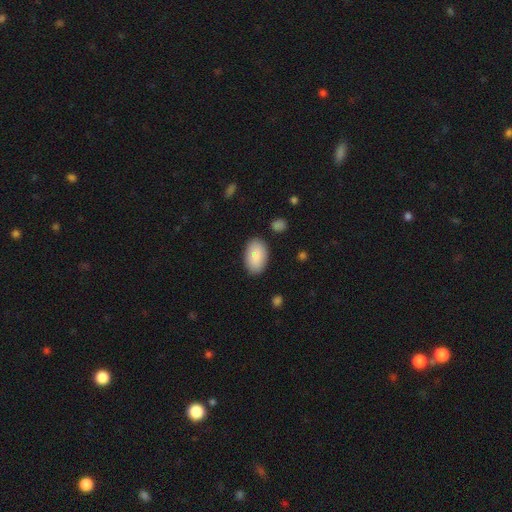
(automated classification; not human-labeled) Smooth or featured? smooth (85%)
How rounded? in between (94%)
Merging? none (84%)